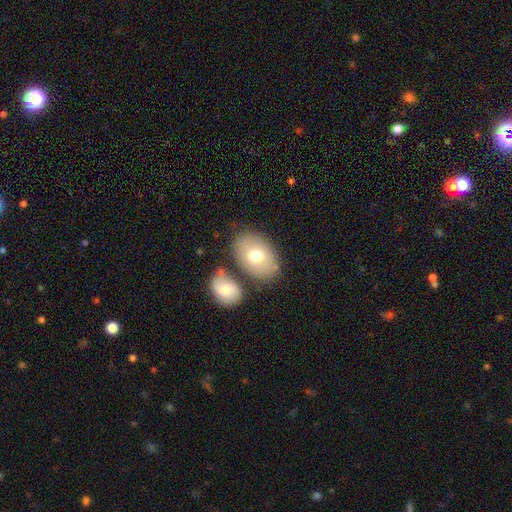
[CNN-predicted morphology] Overall: smooth (71%). How rounded: in between (82%). Merging: none (67%).